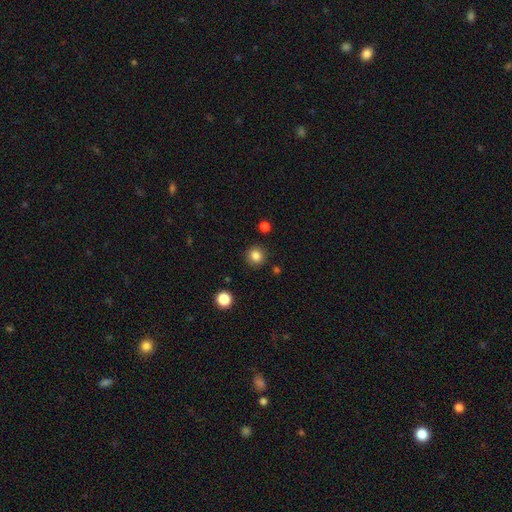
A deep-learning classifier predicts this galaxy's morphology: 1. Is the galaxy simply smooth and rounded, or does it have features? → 84% smooth, 12% star or artifact, 5% featured or disk.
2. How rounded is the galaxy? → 92% round, 7% in between, 1% cigar-shaped.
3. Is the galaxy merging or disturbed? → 90% none, 6% minor disturbance, 2% major disturbance, 2% merger.